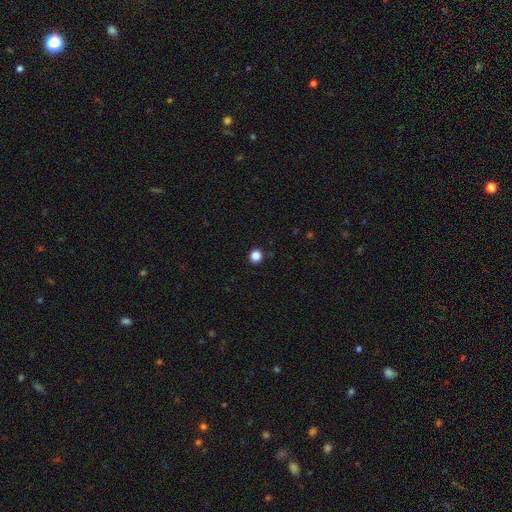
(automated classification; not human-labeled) Smooth or featured?
  - smooth: 85% *
  - star or artifact: 12%
  - featured or disk: 3%
How rounded?
  - round: 94% *
  - in between: 5%
  - cigar-shaped: 1%
Merging?
  - none: 92% *
  - minor disturbance: 5%
  - major disturbance: 2%
  - merger: 1%